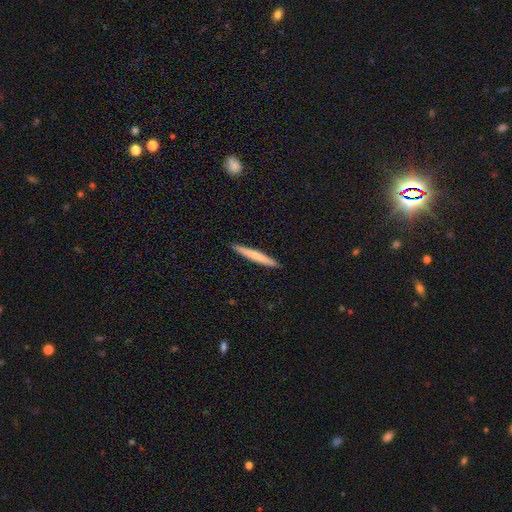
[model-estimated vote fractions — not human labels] This is likely a smooth galaxy (68%). How rounded: clearly cigar-shaped (97%). Merging: clearly none (92%).